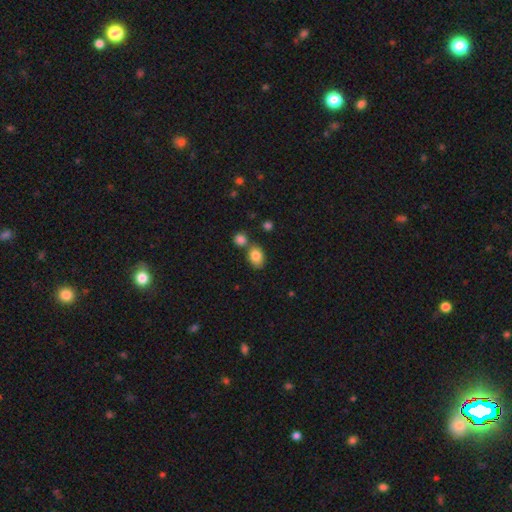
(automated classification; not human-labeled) Smooth or featured?
  - smooth: 83% *
  - star or artifact: 9%
  - featured or disk: 8%
How rounded?
  - in between: 73% *
  - round: 26%
  - cigar-shaped: 1%
Merging?
  - none: 62% *
  - merger: 21%
  - minor disturbance: 13%
  - major disturbance: 4%